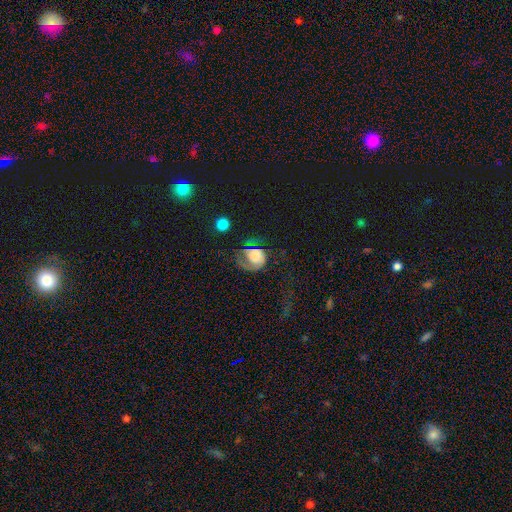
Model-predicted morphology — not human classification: Smooth or featured: featured or disk — 53% (smooth — 37%)
Edge-on disk: no — 97% (yes — 3%)
Bar: no — 79% (weak — 17%)
Spiral arms: yes — 77% (no — 23%)
Bulge size: moderate — 34% (large — 29%)
Merging: major disturbance — 38% (none — 36%)